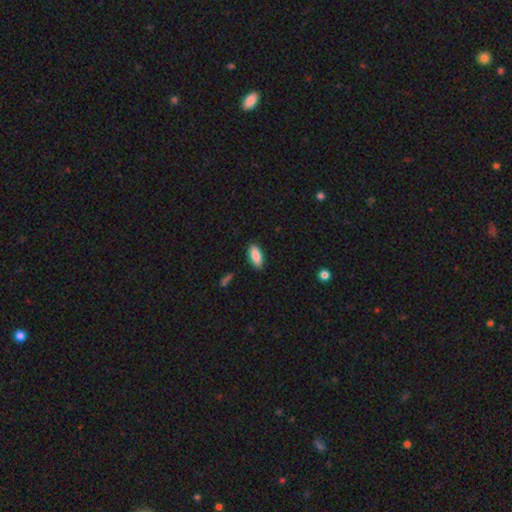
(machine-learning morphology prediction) The model was most divided on "how rounded": in between: 83%, cigar-shaped: 15%, round: 2%. More confident: merging — none (88%); smooth or featured — smooth (88%).